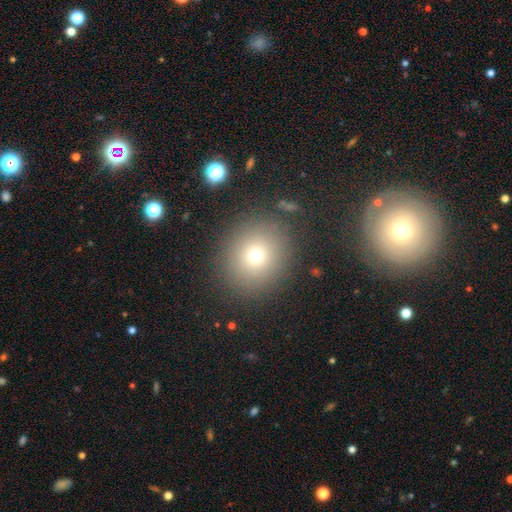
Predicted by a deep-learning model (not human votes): smooth-or-featured: smooth: 71% | star or artifact: 17% | featured or disk: 12%
  how-rounded: round: 84% | in between: 15% | cigar-shaped: 1%
  merging: none: 86% | minor disturbance: 8% | major disturbance: 4% | merger: 2%